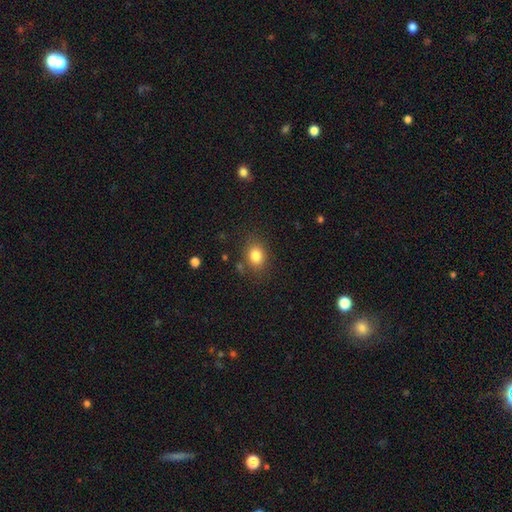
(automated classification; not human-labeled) The model was most divided on "how rounded": in between: 56%, round: 43%, cigar-shaped: 1%. More confident: smooth or featured — smooth (83%); merging — none (78%).